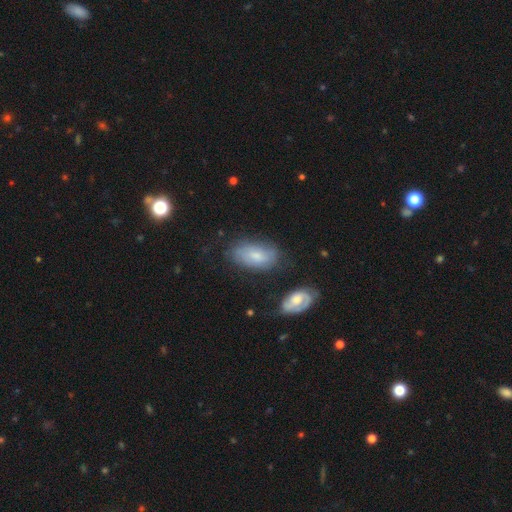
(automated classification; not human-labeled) Morphology: type=smooth (63%); roundness=in between (93%); merging=none (65%).